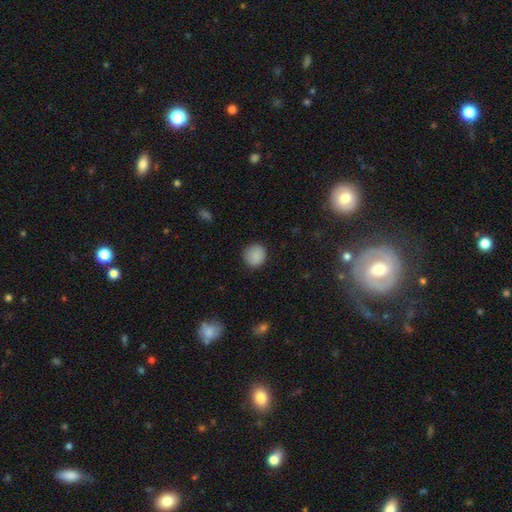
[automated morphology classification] Smooth or featured: smooth — 88% (star or artifact — 8%)
How rounded: round — 90% (in between — 9%)
Merging: none — 89% (minor disturbance — 8%)